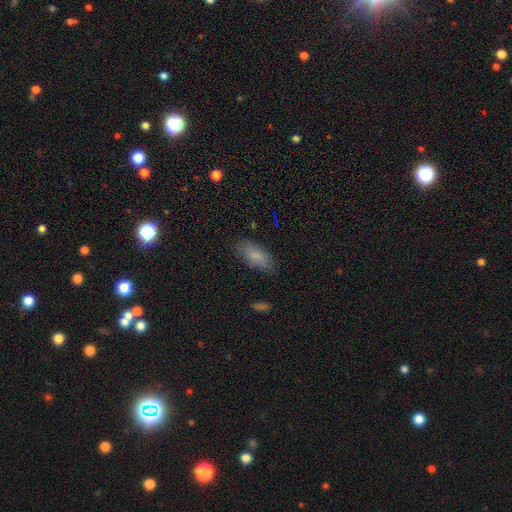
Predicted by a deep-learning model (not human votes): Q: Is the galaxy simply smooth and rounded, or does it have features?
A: smooth — 84%.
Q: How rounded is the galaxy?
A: in between — 85%.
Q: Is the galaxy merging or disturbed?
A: none — 81%.